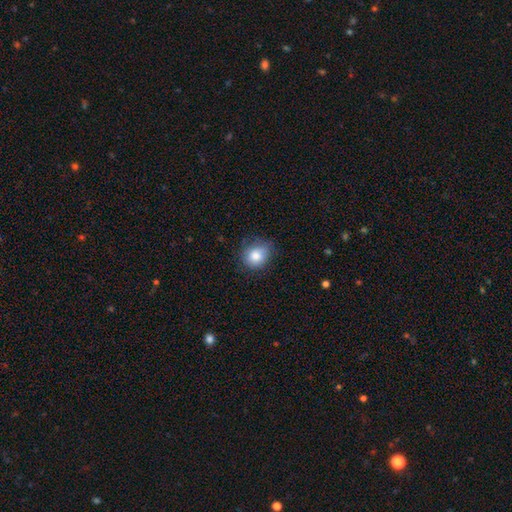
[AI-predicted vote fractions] Smooth or featured: smooth — 83% (star or artifact — 9%)
How rounded: round — 67% (in between — 32%)
Merging: none — 70% (minor disturbance — 24%)